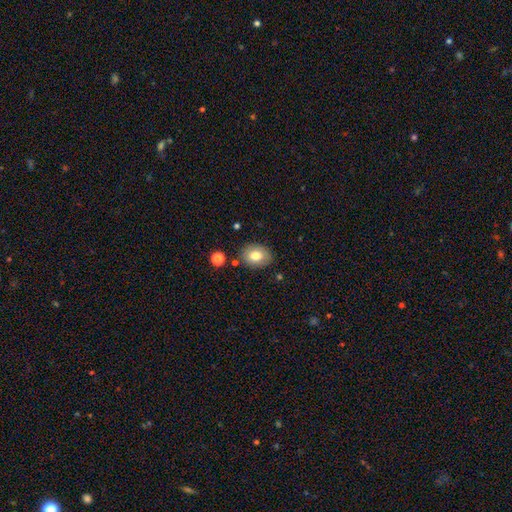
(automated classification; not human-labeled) smooth-or-featured: smooth: 77% | featured or disk: 14% | star or artifact: 9%
  how-rounded: in between: 57% | round: 42% | cigar-shaped: 1%
  merging: none: 83% | minor disturbance: 11% | merger: 3% | major disturbance: 3%